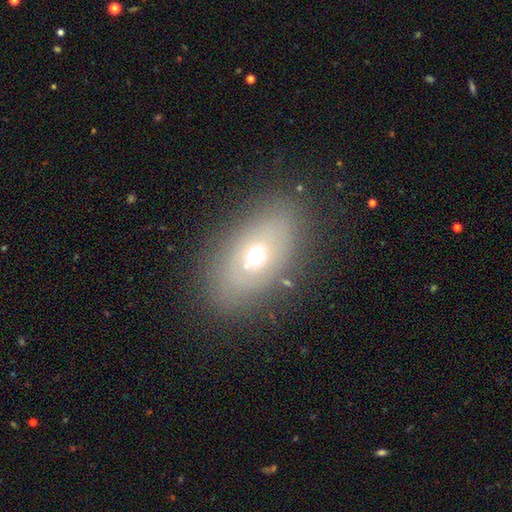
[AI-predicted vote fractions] This is possibly a smooth galaxy (52%). How rounded: clearly in between (86%). Merging: likely none (80%).